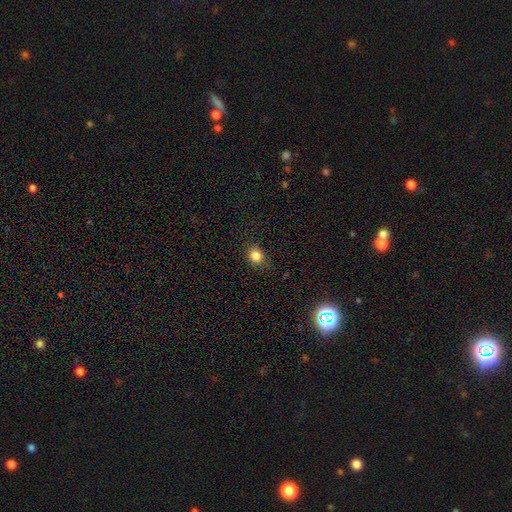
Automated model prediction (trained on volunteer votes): A smooth galaxy with no disk features (83%) that is round (65%). Merging: none (86%).